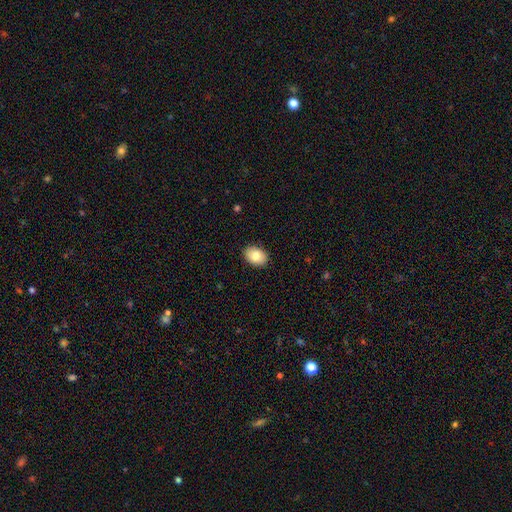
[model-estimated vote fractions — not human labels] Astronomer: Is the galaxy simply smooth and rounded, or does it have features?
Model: smooth — 81%.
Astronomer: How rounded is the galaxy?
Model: in between — 74%.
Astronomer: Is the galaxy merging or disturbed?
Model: none — 90%.